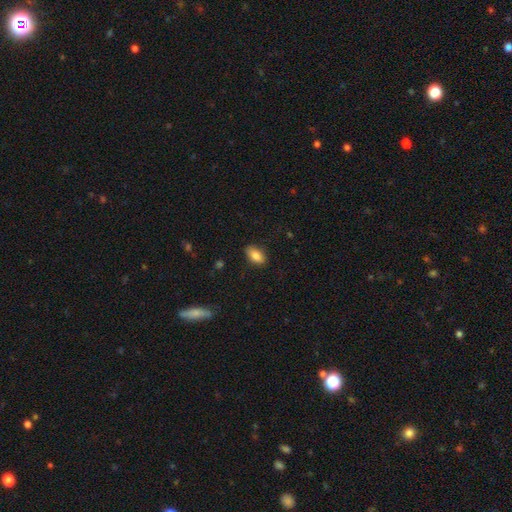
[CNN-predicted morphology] smooth_or_featured: smooth (p=0.85) [alt: star or artifact p=0.08]
how_rounded: in between (p=0.91) [alt: round p=0.05]
merging: none (p=0.85) [alt: minor disturbance p=0.12]